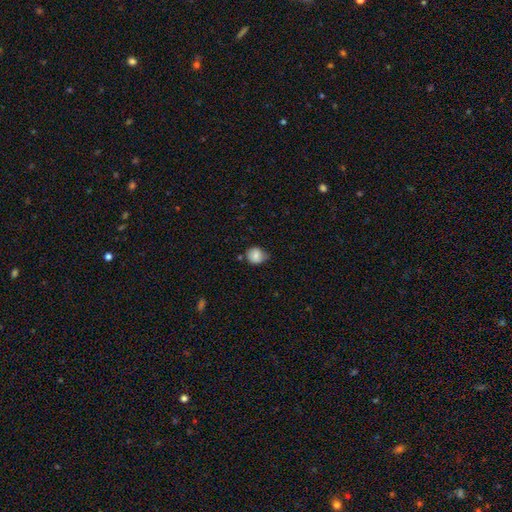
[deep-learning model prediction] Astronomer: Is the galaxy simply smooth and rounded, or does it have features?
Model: smooth — 81%.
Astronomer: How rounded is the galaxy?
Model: round — 77%.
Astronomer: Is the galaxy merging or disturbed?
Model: none — 63%.